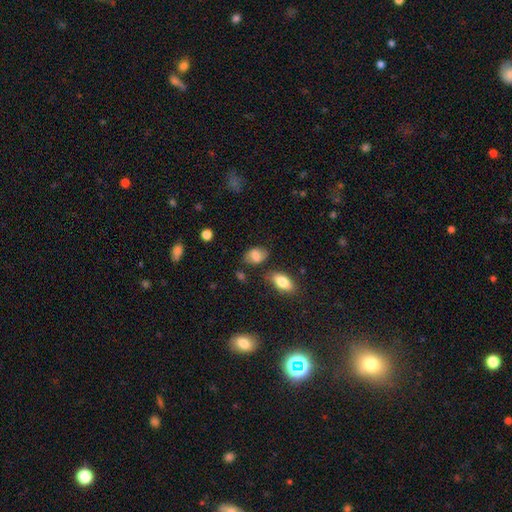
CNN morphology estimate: Overall: smooth (71%). How rounded: in between (79%). Merging: none (66%).